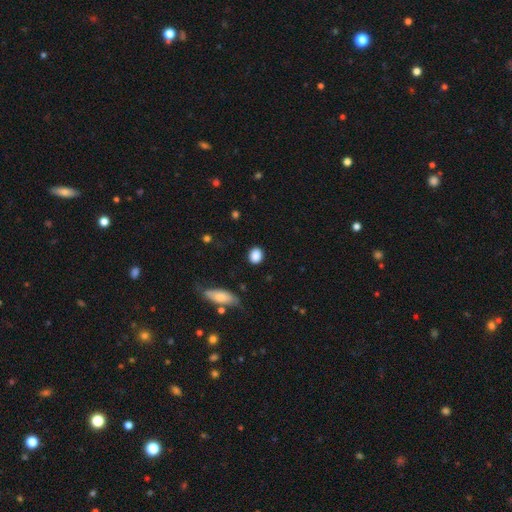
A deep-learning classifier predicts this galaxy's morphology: Smooth or featured? smooth (88%)
How rounded? round (52%)
Merging? none (87%)